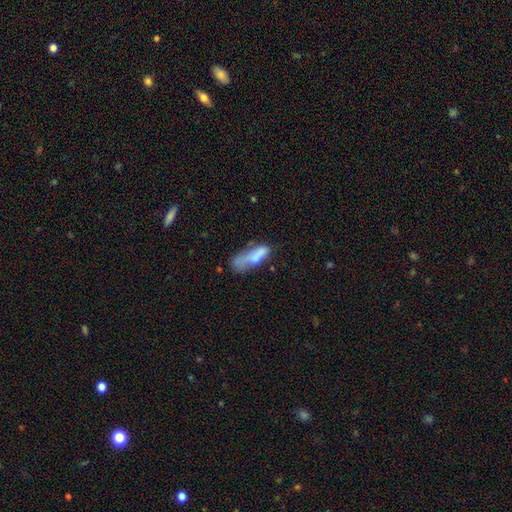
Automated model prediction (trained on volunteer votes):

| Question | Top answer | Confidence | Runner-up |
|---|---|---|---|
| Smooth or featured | smooth | 65% | featured or disk (25%) |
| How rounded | in between | 60% | cigar-shaped (37%) |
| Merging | major disturbance | 30% | none (26%) |